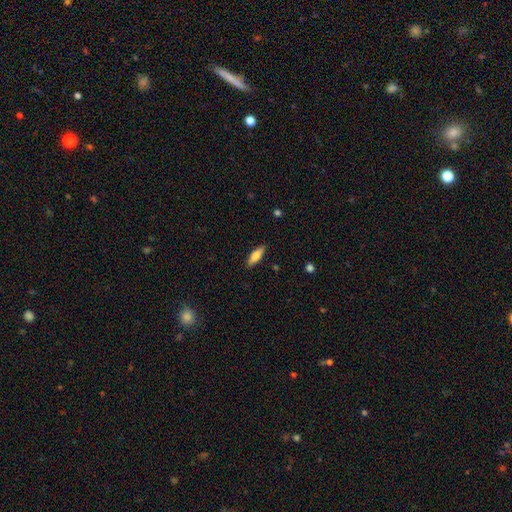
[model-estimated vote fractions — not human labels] Smooth or featured: smooth — 74% (featured or disk — 20%)
How rounded: in between — 53% (cigar-shaped — 45%)
Merging: none — 88% (minor disturbance — 9%)